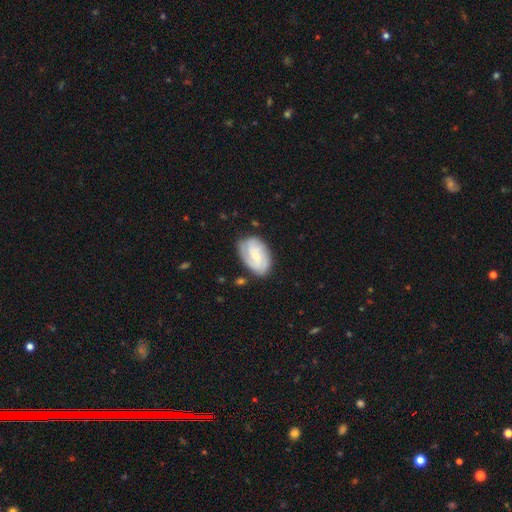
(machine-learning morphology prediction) Q: Smooth or featured?
A: featured or disk (60%); runner-up: smooth (34%)
Q: Edge-on disk?
A: no (97%); runner-up: yes (3%)
Q: Bar?
A: no (49%); runner-up: weak (41%)
Q: Spiral arms?
A: yes (90%); runner-up: no (10%)
Q: Spiral winding?
A: tight (48%); runner-up: medium (38%)
Q: Spiral arm count?
A: 2 (43%); runner-up: can't tell (28%)
Q: Bulge size?
A: small (63%); runner-up: moderate (28%)
Q: Merging?
A: none (73%); runner-up: minor disturbance (20%)